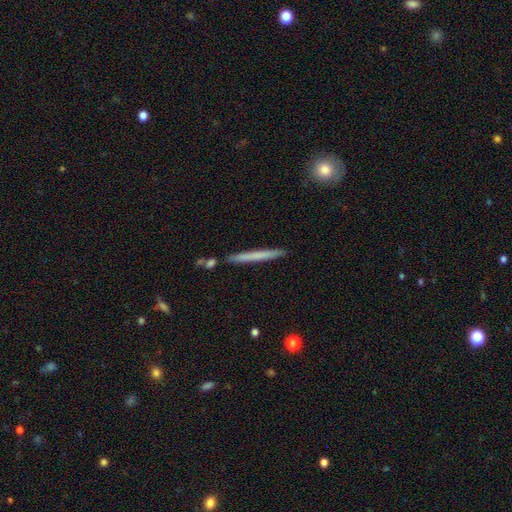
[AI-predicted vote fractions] The model was most divided on "smooth or featured": smooth: 59%, featured or disk: 35%, star or artifact: 6%. More confident: how rounded — cigar-shaped (97%); merging — none (90%).